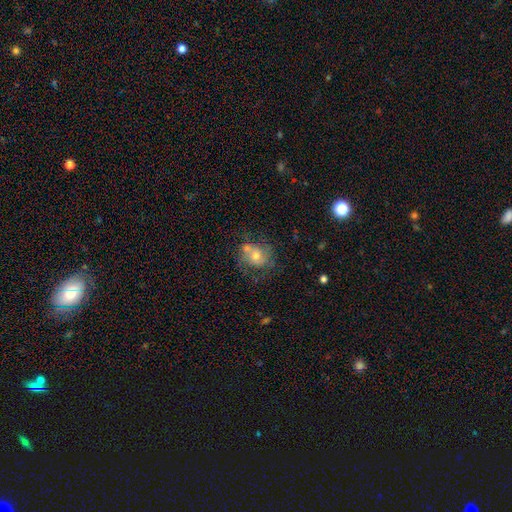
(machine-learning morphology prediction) smooth_or_featured: featured or disk (p=0.50) [alt: smooth p=0.38]
merging: none (p=0.50) [alt: minor disturbance p=0.19]